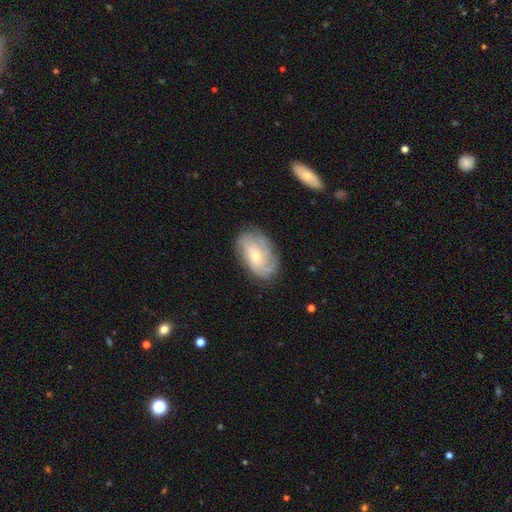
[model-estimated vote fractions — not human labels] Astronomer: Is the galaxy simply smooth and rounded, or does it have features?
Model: featured or disk — 71%.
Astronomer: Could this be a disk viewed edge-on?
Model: no — 95%.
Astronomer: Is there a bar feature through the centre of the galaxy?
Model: no — 73%.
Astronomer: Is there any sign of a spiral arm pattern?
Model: yes — 89%.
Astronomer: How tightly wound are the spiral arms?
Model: tight — 57%.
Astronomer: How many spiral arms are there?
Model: can't tell — 46%.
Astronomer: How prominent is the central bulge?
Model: small — 56% (runner-up: moderate, 40%).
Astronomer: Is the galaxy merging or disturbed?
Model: none — 75%.